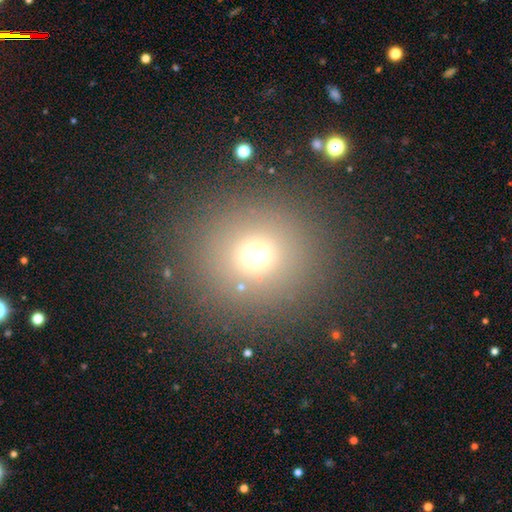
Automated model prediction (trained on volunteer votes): Smooth or featured? Predicted: smooth (p=0.67). How rounded? Predicted: round (p=0.90). Merging? Predicted: none (p=0.85).